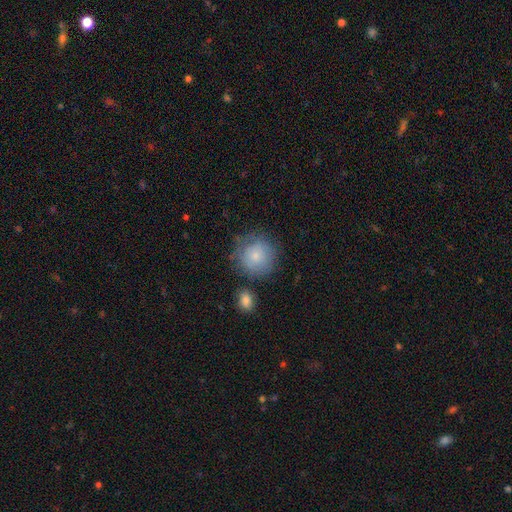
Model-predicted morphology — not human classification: type=smooth (81%); roundness=round (92%); merging=none (71%).